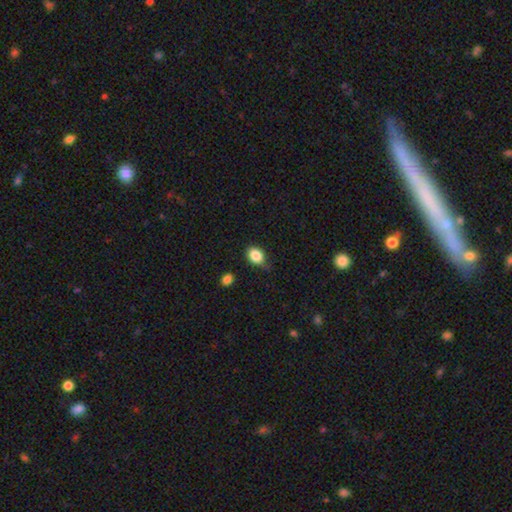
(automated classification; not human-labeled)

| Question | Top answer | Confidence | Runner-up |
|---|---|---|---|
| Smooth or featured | smooth | 85% | star or artifact (9%) |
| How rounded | in between | 59% | round (40%) |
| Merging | none | 63% | minor disturbance (29%) |